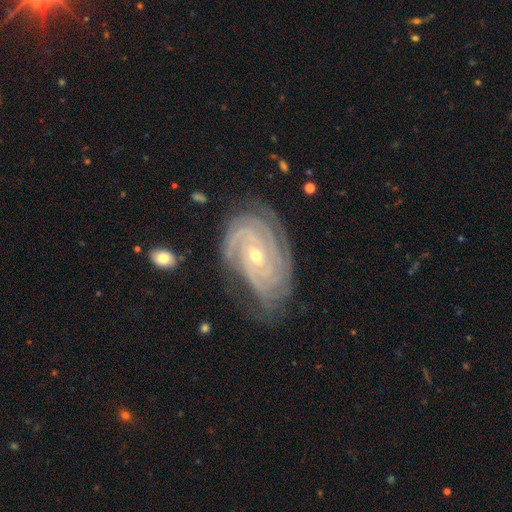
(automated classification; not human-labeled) This is clearly a featured or disk galaxy (91%). It is clearly not viewed edge-on (96%). Bar: possibly no (55%). Spiral arm pattern: clearly yes (98%). Spiral arm count: marginally 4 (28%). Spiral winding: clearly tight (82%). Central bulge: possibly small (57%). Merging: likely none (70%).